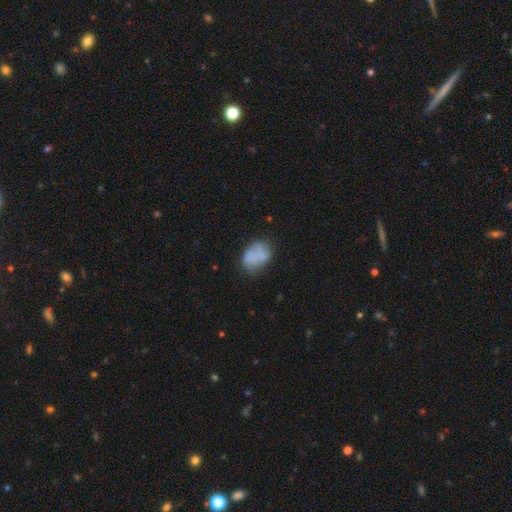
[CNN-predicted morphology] type=smooth (72%); roundness=in between (74%); merging=none (46%).